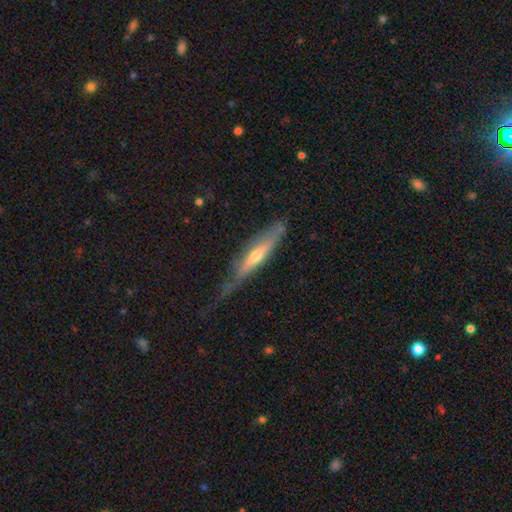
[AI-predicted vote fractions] featured or disk 56%, smooth 39%, star or artifact 5%. Down the decision tree: edge-on disk — yes (83%); merging — none (49%).